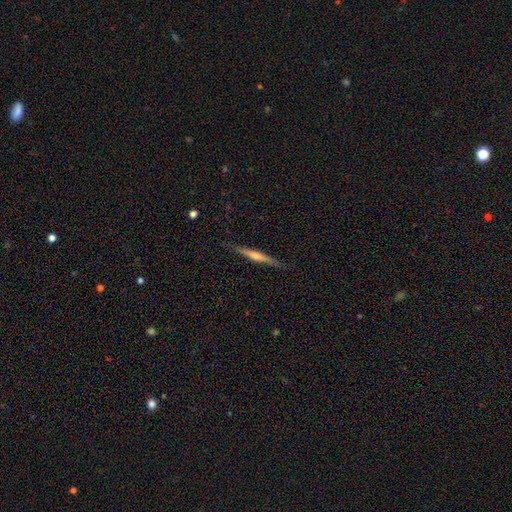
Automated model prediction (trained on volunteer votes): Smooth or featured? Predicted: featured or disk (p=0.72). Edge-on disk? Predicted: yes (p=0.98). Edge-on bulge? Predicted: rounded (p=0.73). Merging? Predicted: none (p=0.89).